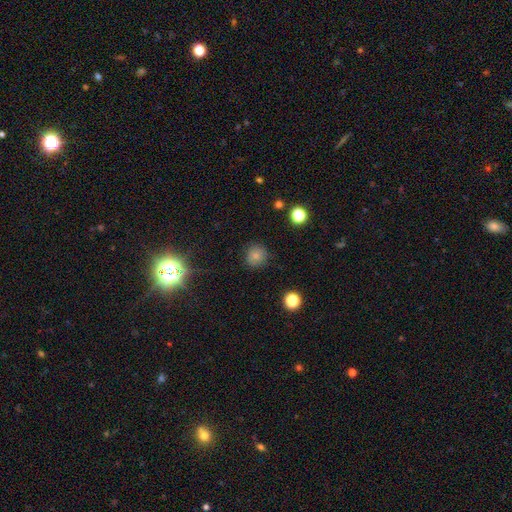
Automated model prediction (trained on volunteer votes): This appears to be a smooth galaxy with no disk features (77%) that is round (92%). Merging: none (87%).